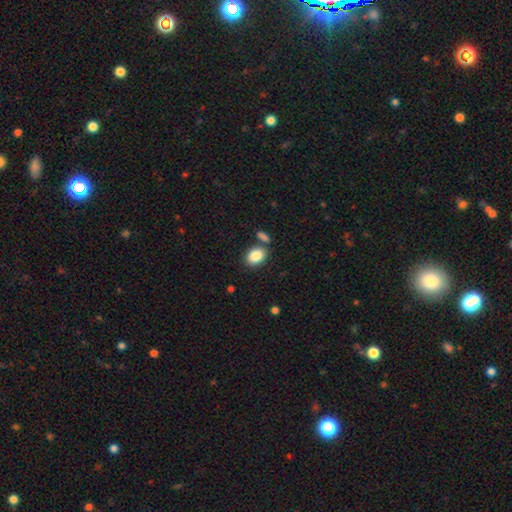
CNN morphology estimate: A smooth galaxy with no disk features (86%) that is in between round and cigar-shaped (73%). Merging: none (71%).